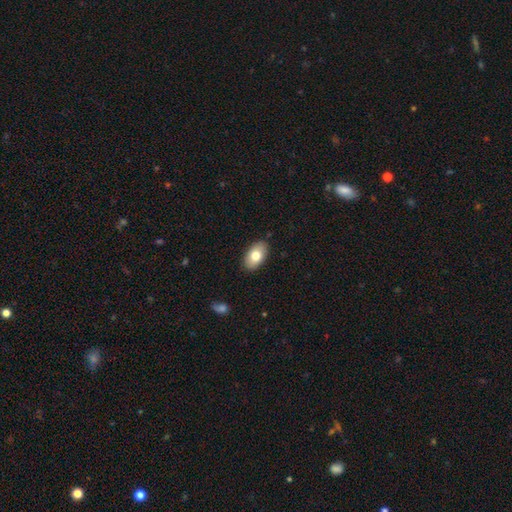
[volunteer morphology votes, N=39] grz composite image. It shows a smooth galaxy with no disk features (67%) that is in between round and cigar-shaped (92%). Merging: none (83%).